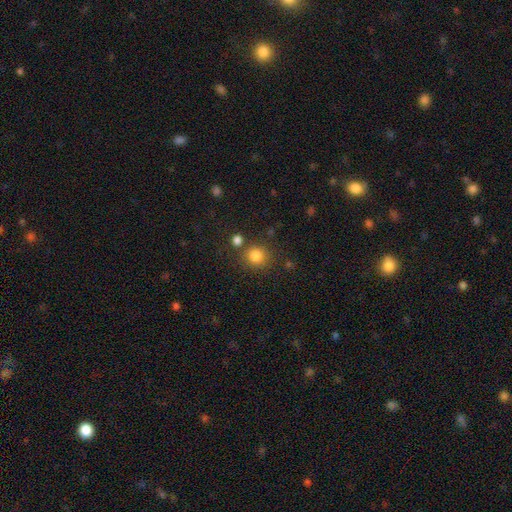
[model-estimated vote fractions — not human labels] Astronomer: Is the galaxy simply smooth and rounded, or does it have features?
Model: smooth — 83%.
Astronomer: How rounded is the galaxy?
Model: round — 89%.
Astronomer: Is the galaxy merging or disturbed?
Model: none — 79%.